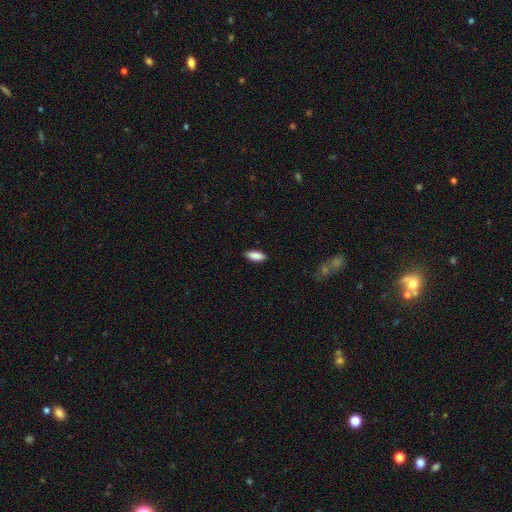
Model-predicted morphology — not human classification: This appears to be a smooth galaxy with no disk features (88%) that is in between round and cigar-shaped (76%). Merging: none (89%).